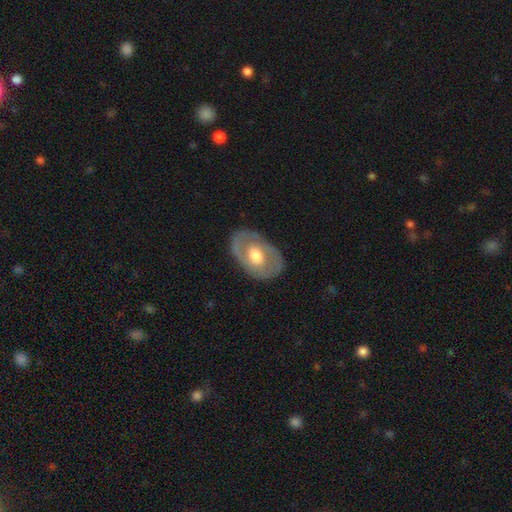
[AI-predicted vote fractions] A featured or disk galaxy (58%) with no bar (75%), no spiral arms (65%) and a moderate central bulge (63%). Merging: none (80%).